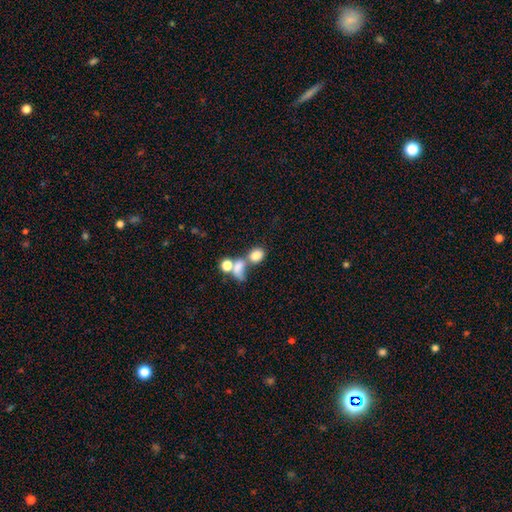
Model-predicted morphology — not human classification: type=smooth (74%); roundness=in between (58%); merging=merger (50%).